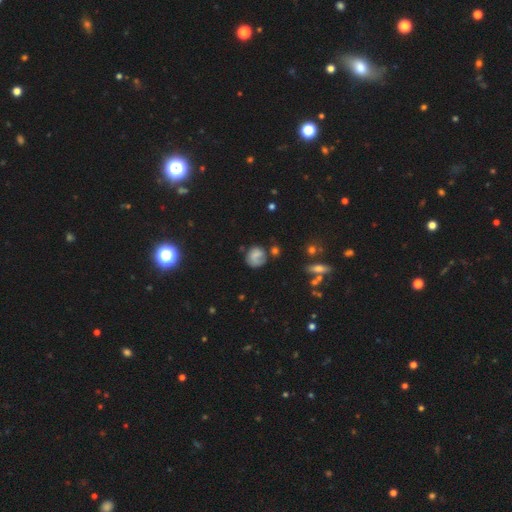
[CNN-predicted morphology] Smooth or featured?
  - smooth: 61% *
  - featured or disk: 28%
  - star or artifact: 11%
How rounded?
  - round: 77% *
  - in between: 22%
  - cigar-shaped: 1%
Merging?
  - none: 55% *
  - minor disturbance: 25%
  - major disturbance: 15%
  - merger: 6%